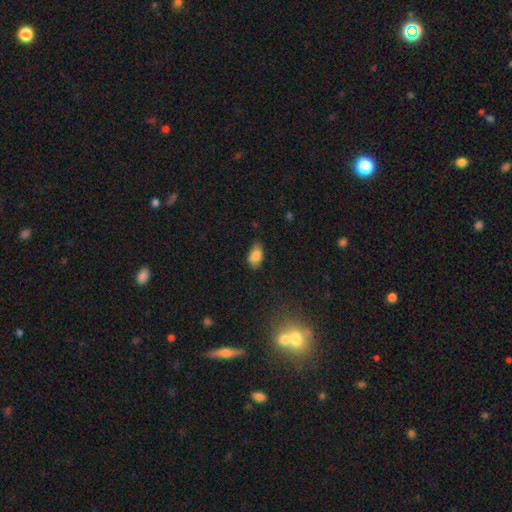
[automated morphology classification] A smooth galaxy with no disk features (84%) that is in between round and cigar-shaped (91%).

Vote fractions:
- Smooth or featured? smooth: 84% / featured or disk: 8% / star or artifact: 8%
- How rounded? in between: 91% / round: 6% / cigar-shaped: 3%
- Merging? none: 67% / minor disturbance: 27% / major disturbance: 5% / merger: 2%